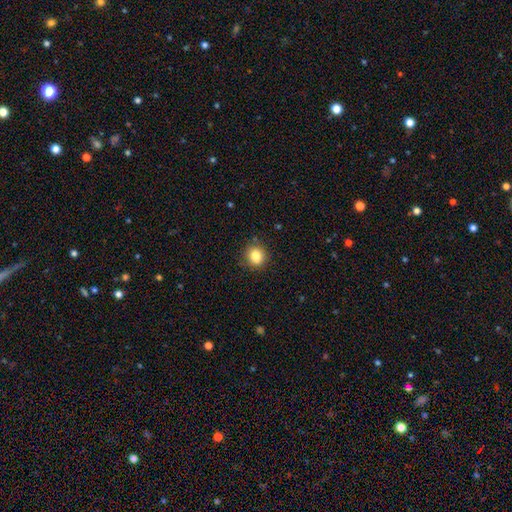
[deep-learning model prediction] Smooth or featured? Predicted: smooth (p=0.84). How rounded? Predicted: round (p=0.81). Merging? Predicted: none (p=0.87).